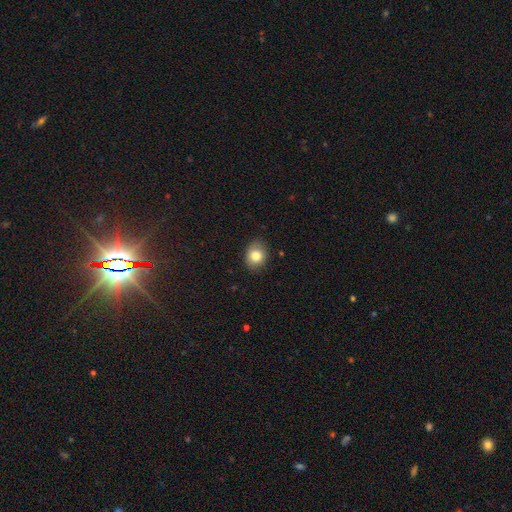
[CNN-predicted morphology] Smooth or featured? smooth (82%)
How rounded? round (52%)
Merging? none (81%)